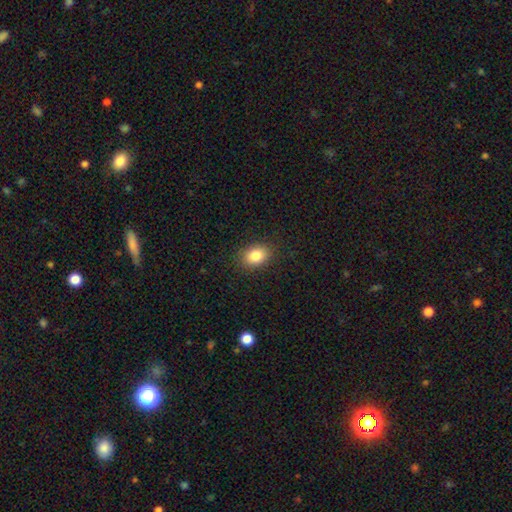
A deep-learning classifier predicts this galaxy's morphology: This appears to be a smooth galaxy with no disk features (83%) that is in between round and cigar-shaped (67%). Merging: none (87%).